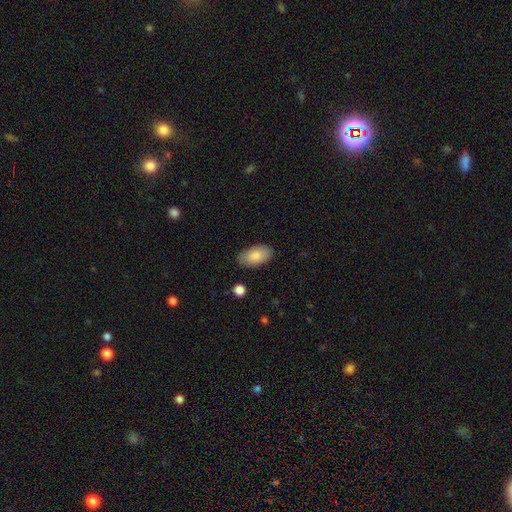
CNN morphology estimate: This appears to be a smooth galaxy with no disk features (85%) that is in between round and cigar-shaped (95%). Merging: none (85%).